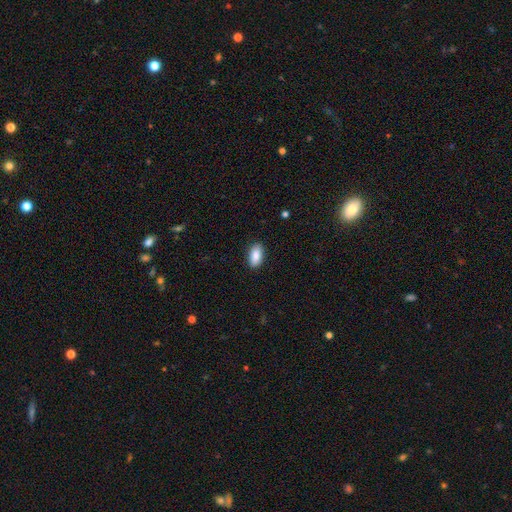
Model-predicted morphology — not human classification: smooth-or-featured: smooth: 87% | star or artifact: 7% | featured or disk: 6%
  how-rounded: in between: 92% | cigar-shaped: 5% | round: 3%
  merging: none: 90% | minor disturbance: 8% | major disturbance: 2% | merger: 1%